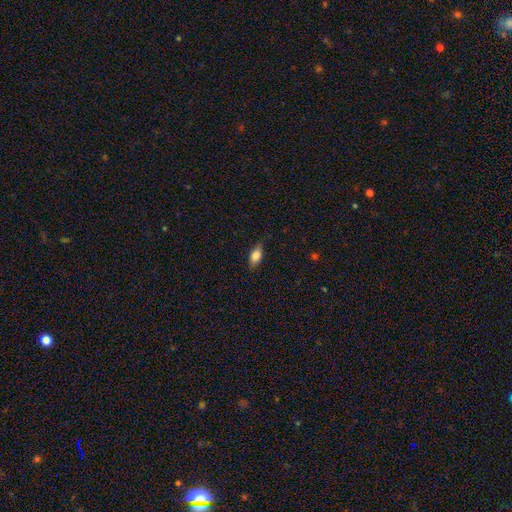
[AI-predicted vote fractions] This appears to be a smooth galaxy with no disk features (83%) that is in between round and cigar-shaped (86%). Merging: none (82%).